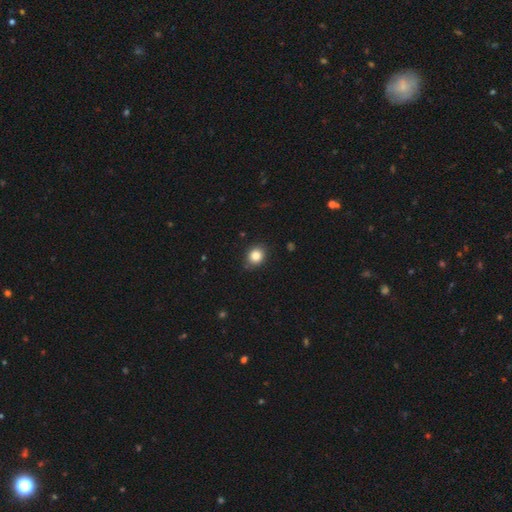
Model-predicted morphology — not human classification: Smooth or featured?
  - smooth: 85% *
  - star or artifact: 10%
  - featured or disk: 5%
How rounded?
  - round: 66% *
  - in between: 33%
  - cigar-shaped: 1%
Merging?
  - none: 85% *
  - minor disturbance: 11%
  - major disturbance: 2%
  - merger: 1%